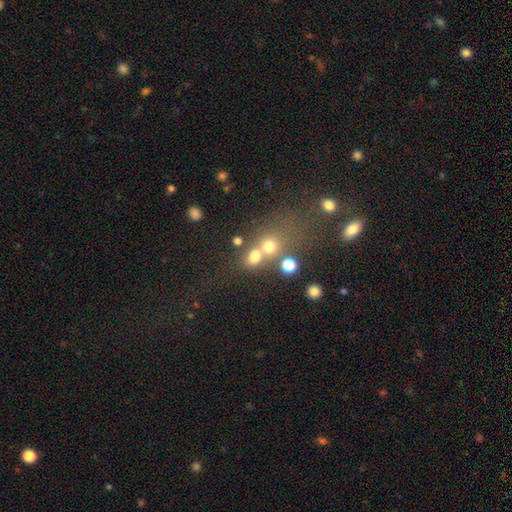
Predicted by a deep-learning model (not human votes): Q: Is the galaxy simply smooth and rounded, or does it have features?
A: smooth — 56%.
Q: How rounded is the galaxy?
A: round — 68%.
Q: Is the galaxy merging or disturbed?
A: merger — 51%.